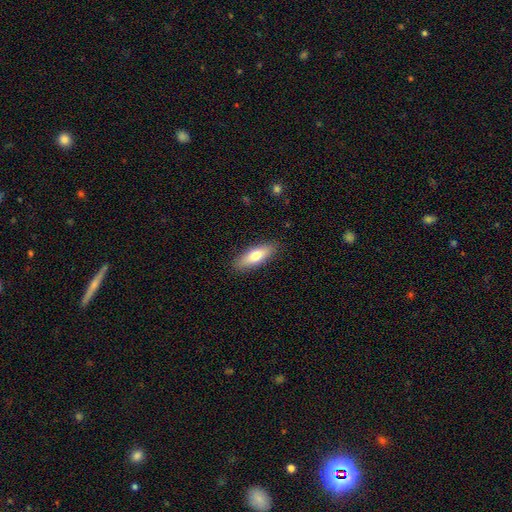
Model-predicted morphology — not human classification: Smooth or featured? smooth (73%)
How rounded? in between (59%)
Merging? none (88%)